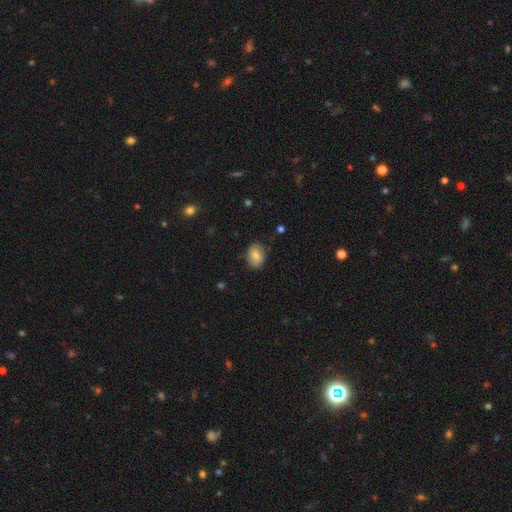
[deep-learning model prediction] smooth-or-featured: smooth: 80% | featured or disk: 12% | star or artifact: 8%
  how-rounded: in between: 76% | round: 23% | cigar-shaped: 1%
  merging: none: 82% | minor disturbance: 14% | major disturbance: 3% | merger: 1%